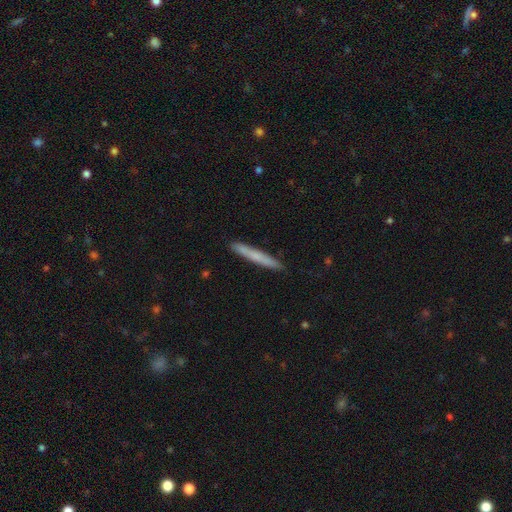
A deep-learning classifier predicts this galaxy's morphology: This appears to be a smooth galaxy with no disk features (65%) that is cigar-shaped (96%). Merging: none (91%).